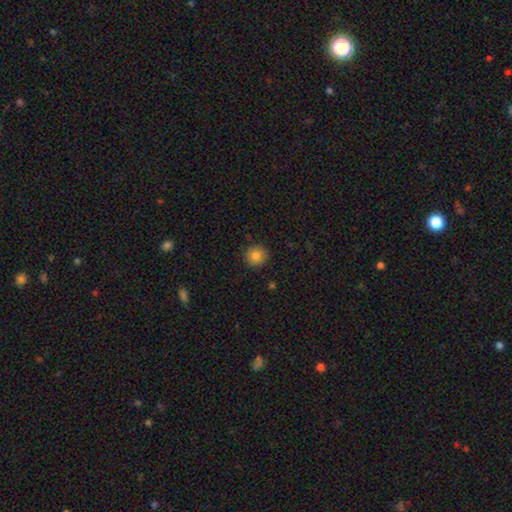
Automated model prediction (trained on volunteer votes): A smooth galaxy with no disk features (83%) that is round (93%). Merging: none (89%).